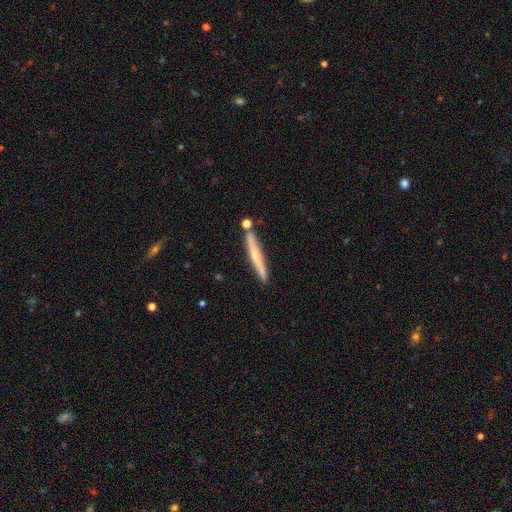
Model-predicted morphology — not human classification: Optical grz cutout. It shows a featured or disk galaxy (54%) viewed edge-on (94%) with a rounded central bulge (64%). Merging: none (81%).